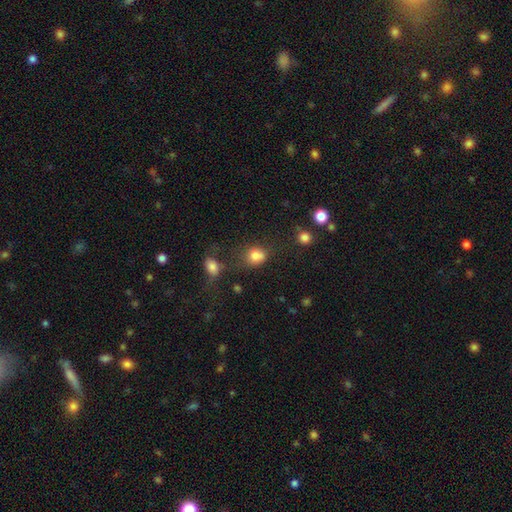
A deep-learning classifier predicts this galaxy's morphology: Q: Smooth or featured?
A: smooth (79%); runner-up: star or artifact (13%)
Q: How rounded?
A: round (58%); runner-up: in between (40%)
Q: Merging?
A: none (50%); runner-up: minor disturbance (21%)